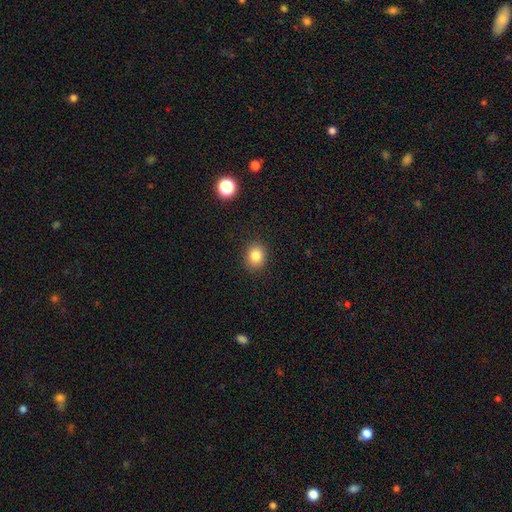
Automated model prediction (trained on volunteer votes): Smooth or featured: smooth — 83% (star or artifact — 11%)
How rounded: round — 69% (in between — 30%)
Merging: none — 89% (minor disturbance — 7%)